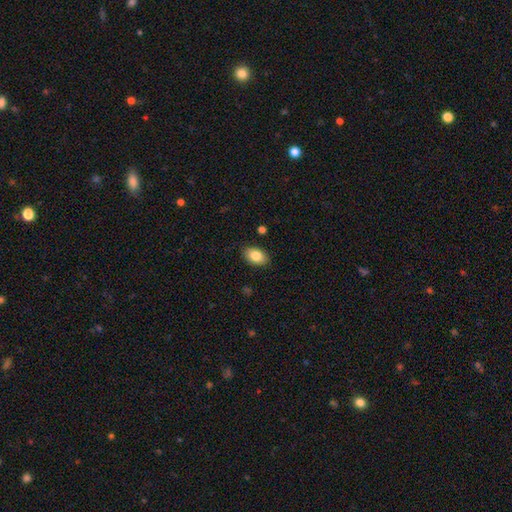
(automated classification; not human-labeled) smooth_or_featured: smooth (p=0.85) [alt: featured or disk p=0.08]
how_rounded: in between (p=0.88) [alt: round p=0.11]
merging: none (p=0.87) [alt: minor disturbance p=0.10]